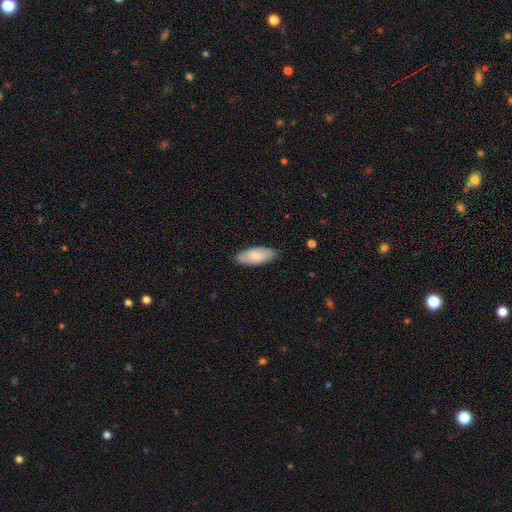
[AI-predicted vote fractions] This is likely a smooth galaxy (79%). How rounded: clearly in between (83%). Merging: clearly none (82%).